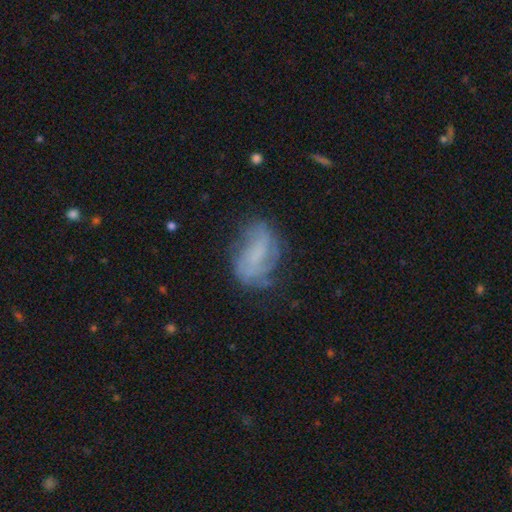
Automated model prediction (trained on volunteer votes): A featured or disk galaxy (55%) with no bar (52%), spiral arms (72%) and no central bulge (59%).

Vote fractions:
- Smooth or featured? featured or disk: 55% / smooth: 34% / star or artifact: 11%
- Edge-on disk? no: 96% / yes: 4%
- Bar? no: 52% / weak: 35% / strong: 13%
- Spiral arms? yes: 72% / no: 28%
- Bulge size? none: 59% / small: 23% / moderate: 13% / large: 4% / dominant: 1%
- Merging? none: 56% / minor disturbance: 25% / major disturbance: 16% / merger: 2%